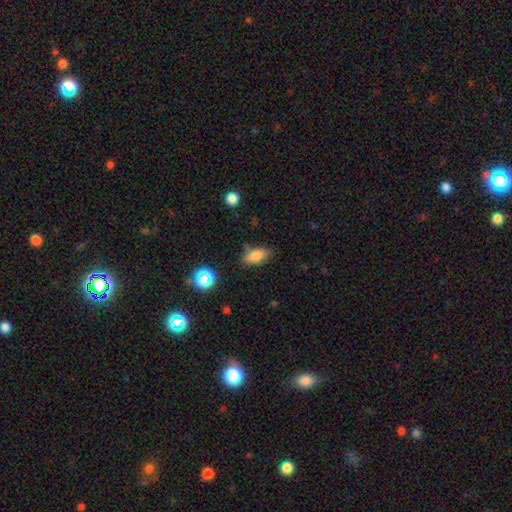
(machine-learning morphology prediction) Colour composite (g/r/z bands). It shows a smooth galaxy with no disk features (80%) that is in between round and cigar-shaped (85%). Merging: none (71%).